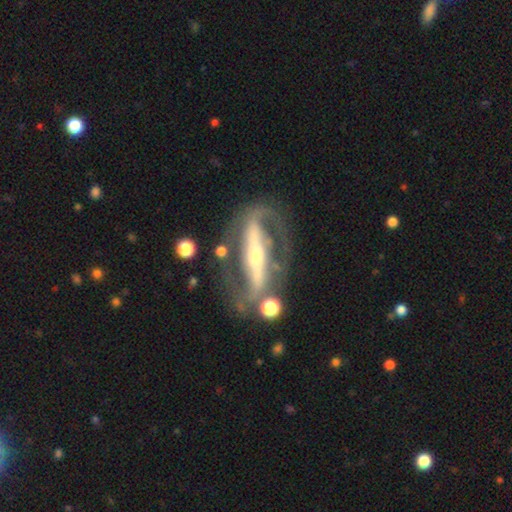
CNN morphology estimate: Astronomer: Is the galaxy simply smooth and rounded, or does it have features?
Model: featured or disk — 86%.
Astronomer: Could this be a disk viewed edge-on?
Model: no — 79%.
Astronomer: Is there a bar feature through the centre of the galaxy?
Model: strong — 77%.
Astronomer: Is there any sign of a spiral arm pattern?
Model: yes — 83%.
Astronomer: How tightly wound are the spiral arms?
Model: medium — 43% (runner-up: tight, 32%).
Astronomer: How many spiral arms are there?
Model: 2 — 86%.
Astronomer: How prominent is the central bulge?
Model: small — 51% (runner-up: moderate, 40%).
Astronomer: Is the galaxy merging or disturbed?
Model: none — 71%.